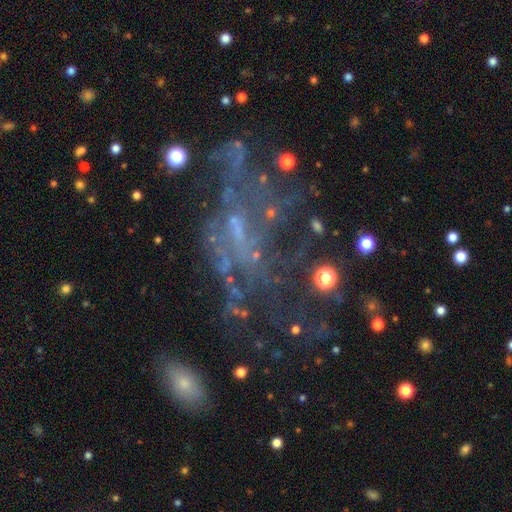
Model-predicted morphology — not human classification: Overall: featured or disk (57%; star or artifact 26%). Edge-on disk: no (96%). Bar: no (59%; weak 27%). Spiral arms: no (50%, tied with yes). Bulge size: none (51%; small 34%). Merging: none (46%; major disturbance 28%).